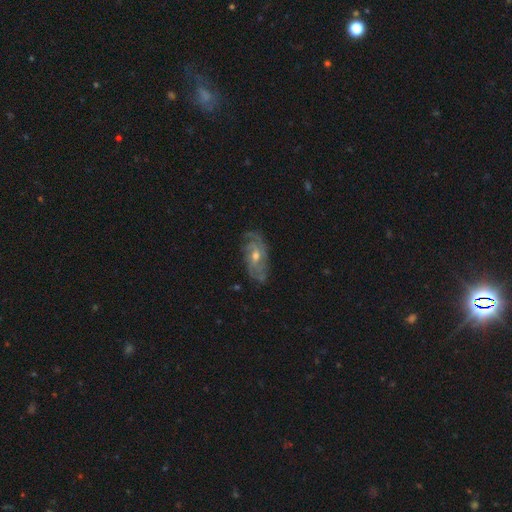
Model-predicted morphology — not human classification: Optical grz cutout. It shows a featured or disk galaxy (84%) with no bar (56%), tight (53%) spiral arms (95%) and a moderate central bulge (64%). Merging: none (74%).